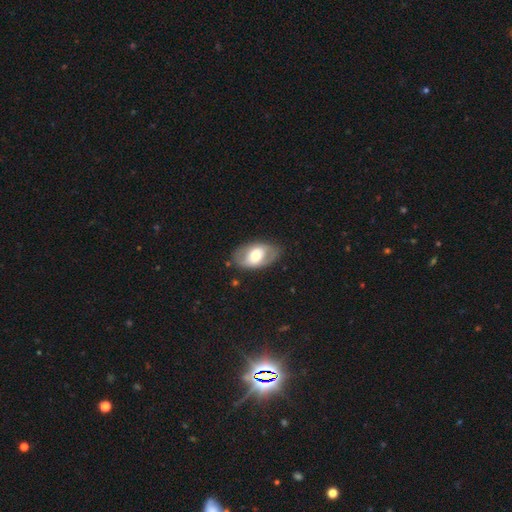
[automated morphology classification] This is possibly a featured or disk galaxy (50%). Merging: likely none (78%).